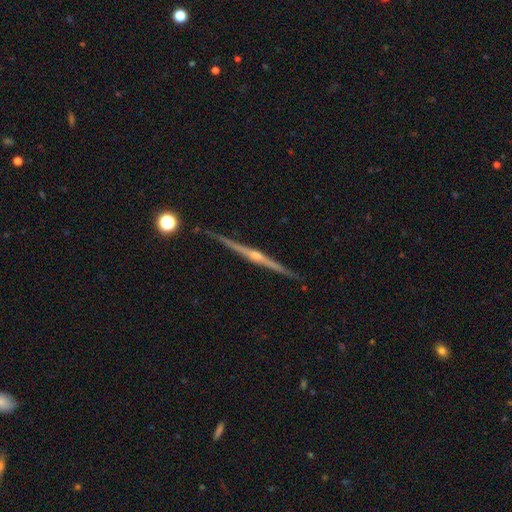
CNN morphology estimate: Smooth or featured? Predicted: featured or disk (p=0.88). Edge-on disk? Predicted: yes (p=0.99). Edge-on bulge? Predicted: rounded (p=0.85). Merging? Predicted: none (p=0.91).